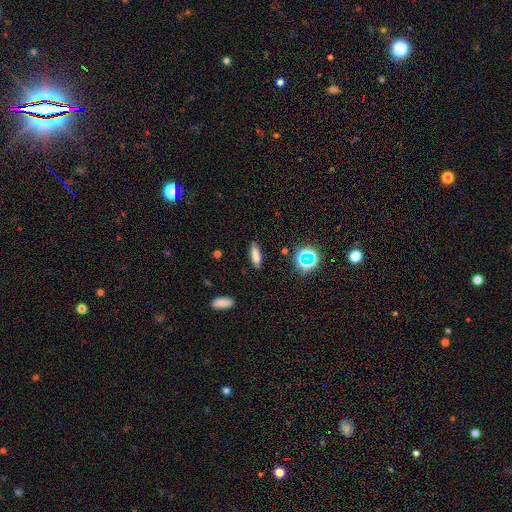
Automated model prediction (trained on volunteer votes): Smooth or featured? Predicted: smooth (p=0.77). How rounded? Predicted: cigar-shaped (p=0.49). Merging? Predicted: none (p=0.85).